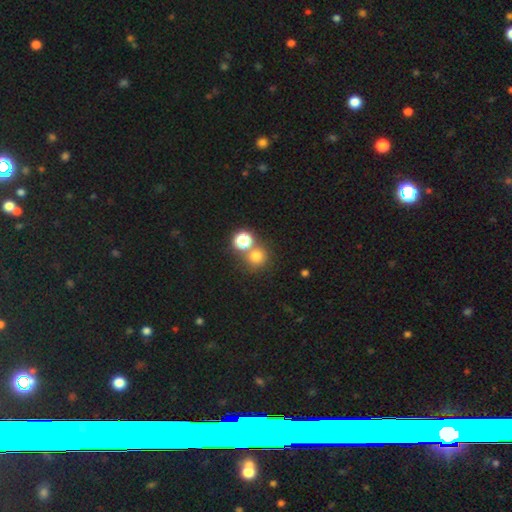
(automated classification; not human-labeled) smooth 71%, star or artifact 21%, featured or disk 7%. Down the decision tree: how rounded — round (90%); merging — none (65%).